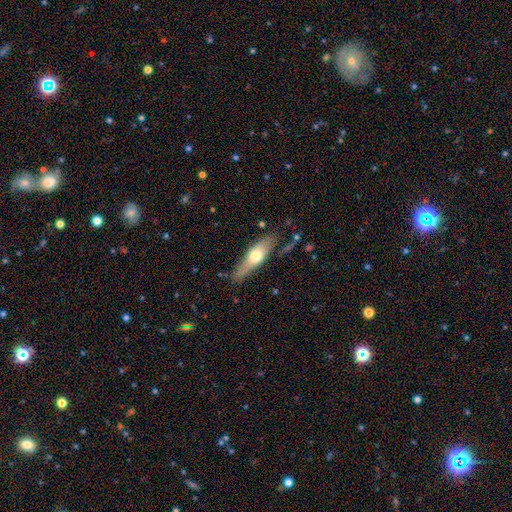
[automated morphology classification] This appears to be a smooth galaxy with no disk features (50%) that is cigar-shaped (57%). Merging: none (74%).